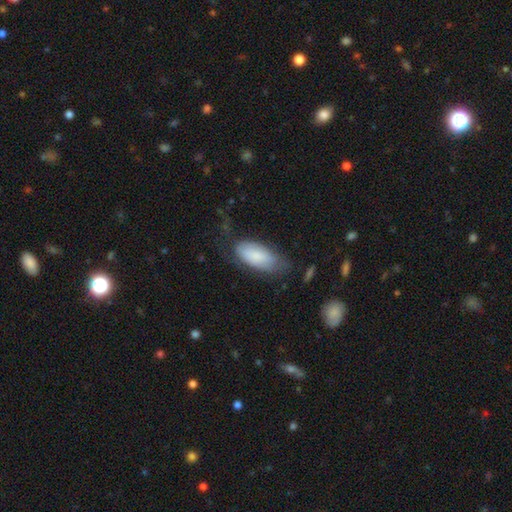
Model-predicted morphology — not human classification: Overall: smooth (76%). How rounded: in between (89%). Merging: none (50%; minor disturbance 30%).